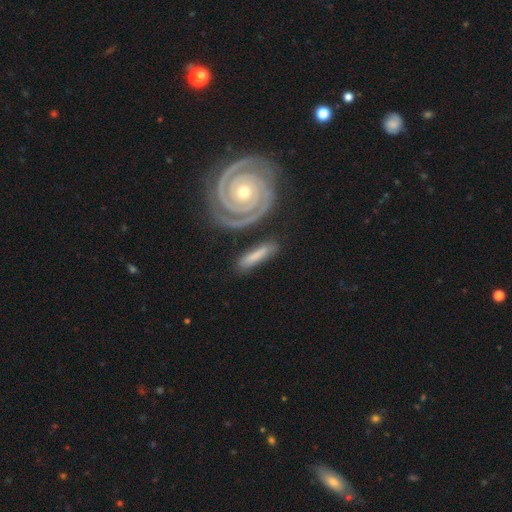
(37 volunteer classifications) Smooth or featured? featured or disk (59%)
Edge-on disk? no (82%)
Bar? no (50%)
Spiral arms? yes (94%)
Spiral winding? tight (88%)
Spiral arm count? 2 (100%)
Bulge size? moderate (61%)
Merging? none (76%)